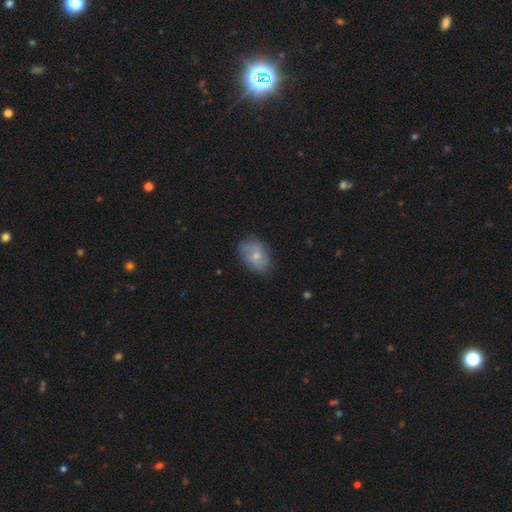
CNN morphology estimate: Smooth or featured? Predicted: smooth (p=0.54). How rounded? Predicted: in between (p=0.77). Merging? Predicted: none (p=0.71).